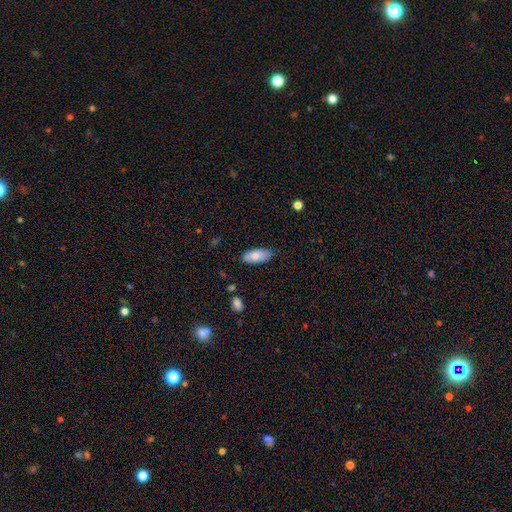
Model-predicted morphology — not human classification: A smooth galaxy with no disk features (80%) that is in between round and cigar-shaped (88%). Merging: none (81%).